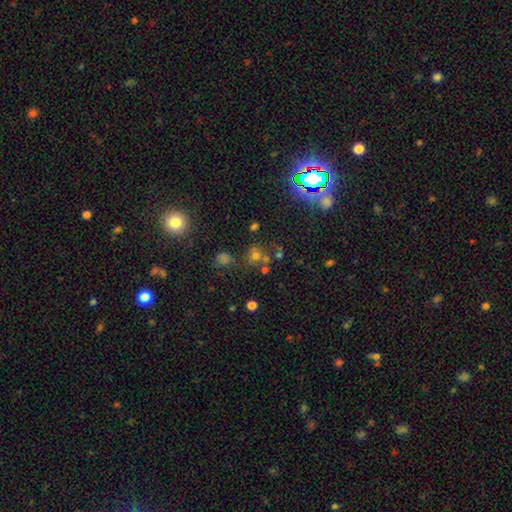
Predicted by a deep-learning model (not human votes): Smooth or featured?
  - star or artifact: 59% *
  - smooth: 31%
  - featured or disk: 10%